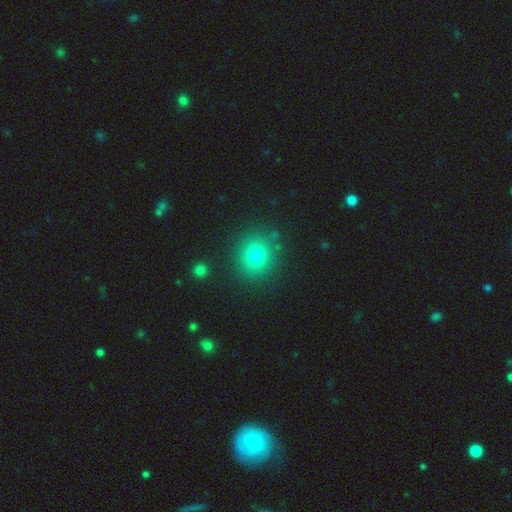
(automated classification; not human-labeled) A smooth galaxy with no disk features (78%) that is round (82%). Merging: none (87%).